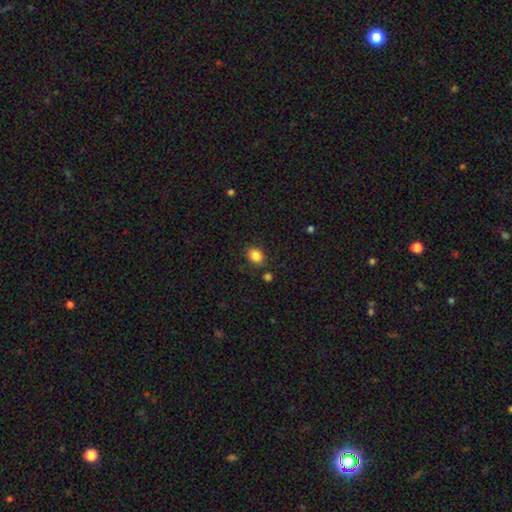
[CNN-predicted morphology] This is clearly a smooth galaxy (85%). How rounded: possibly in between (56%). Merging: clearly none (80%).